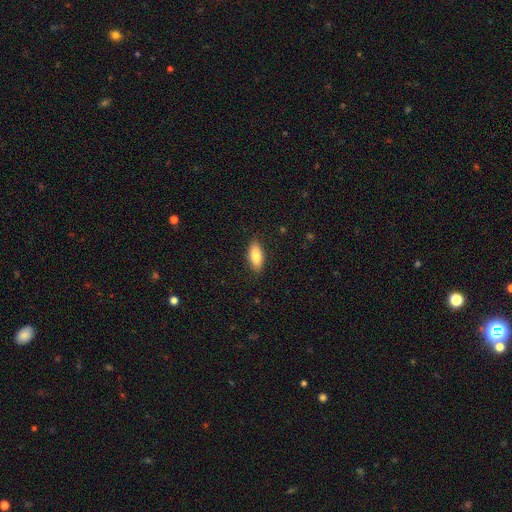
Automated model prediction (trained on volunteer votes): A smooth galaxy with no disk features (83%) that is in between round and cigar-shaped (83%).

Vote fractions:
- Smooth or featured? smooth: 83% / featured or disk: 11% / star or artifact: 6%
- How rounded? in between: 83% / cigar-shaped: 14% / round: 2%
- Merging? none: 88% / minor disturbance: 9% / major disturbance: 2% / merger: 1%